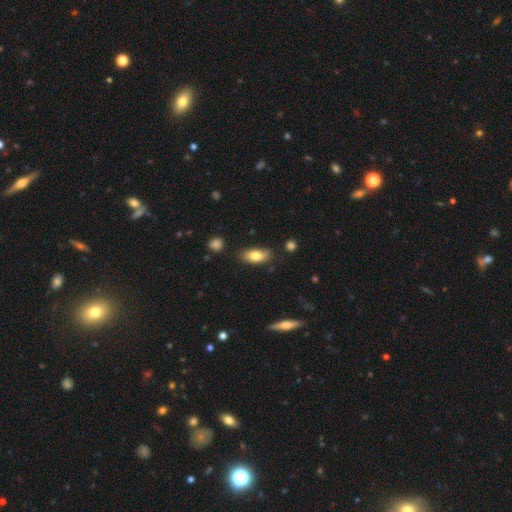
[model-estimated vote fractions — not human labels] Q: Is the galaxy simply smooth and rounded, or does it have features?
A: smooth — 77%.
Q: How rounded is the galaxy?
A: in between — 85%.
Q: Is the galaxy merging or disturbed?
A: none — 76%.